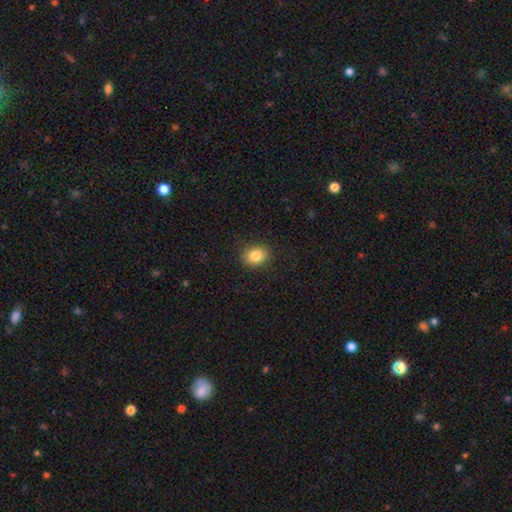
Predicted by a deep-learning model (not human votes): smooth_or_featured: smooth (p=0.84) [alt: star or artifact p=0.10]
how_rounded: round (p=0.53) [alt: in between p=0.46]
merging: none (p=0.88) [alt: minor disturbance p=0.08]